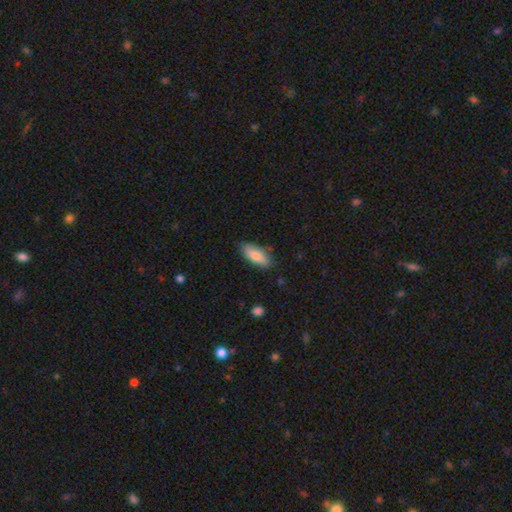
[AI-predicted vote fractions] smooth 81%, featured or disk 13%, star or artifact 6%. Down the decision tree: how rounded — in between (78%); merging — none (80%).